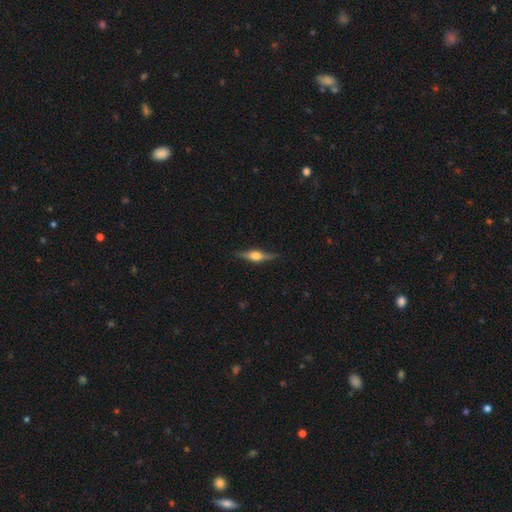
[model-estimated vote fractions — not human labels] smooth-or-featured: featured or disk: 71% | smooth: 23% | star or artifact: 6%
  disk-edge-on: yes: 97% | no: 3%
    edge-on-bulge: rounded: 94% | boxy: 4% | none: 2%
  merging: none: 87% | minor disturbance: 9% | major disturbance: 2% | merger: 1%